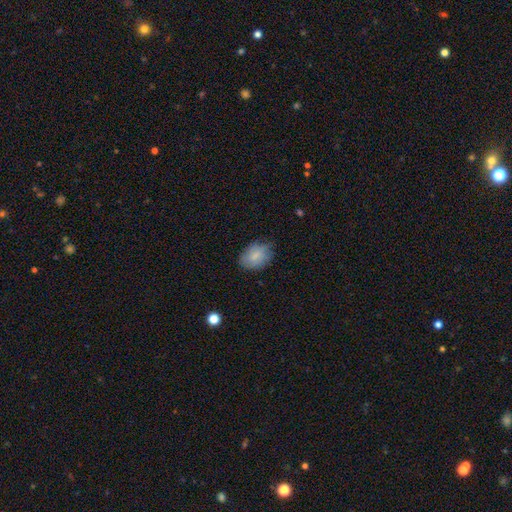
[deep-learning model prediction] smooth-or-featured: smooth: 81% | featured or disk: 12% | star or artifact: 7%
  how-rounded: in between: 78% | round: 21% | cigar-shaped: 1%
  merging: none: 74% | minor disturbance: 21% | major disturbance: 4% | merger: 1%